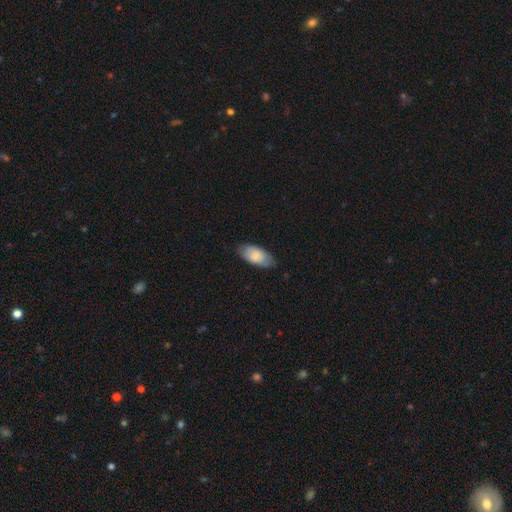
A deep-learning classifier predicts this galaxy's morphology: This is likely a smooth galaxy (79%). How rounded: clearly in between (92%). Merging: likely none (76%).